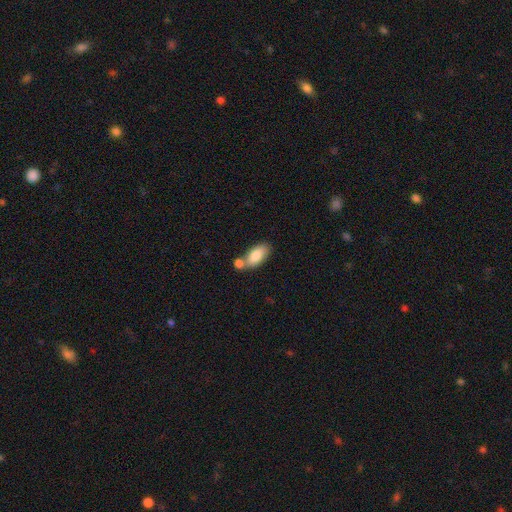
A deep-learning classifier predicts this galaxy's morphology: The model was most divided on "merging": none: 47%, merger: 36%, minor disturbance: 13%, major disturbance: 4%. More confident: how rounded — in between (91%); smooth or featured — smooth (83%).